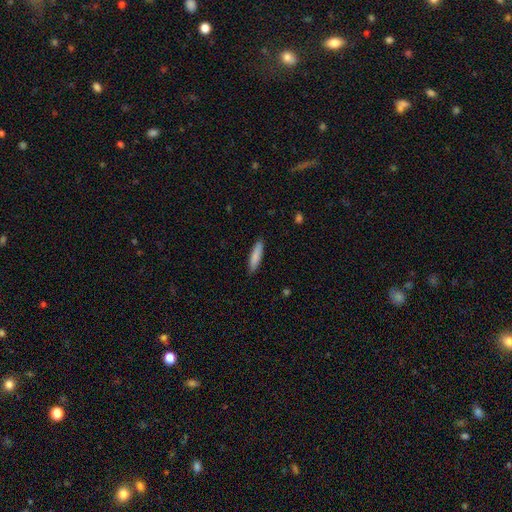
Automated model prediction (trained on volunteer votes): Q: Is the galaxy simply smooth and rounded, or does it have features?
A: smooth — 83%.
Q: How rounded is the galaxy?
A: cigar-shaped — 78%.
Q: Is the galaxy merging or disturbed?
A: none — 87%.